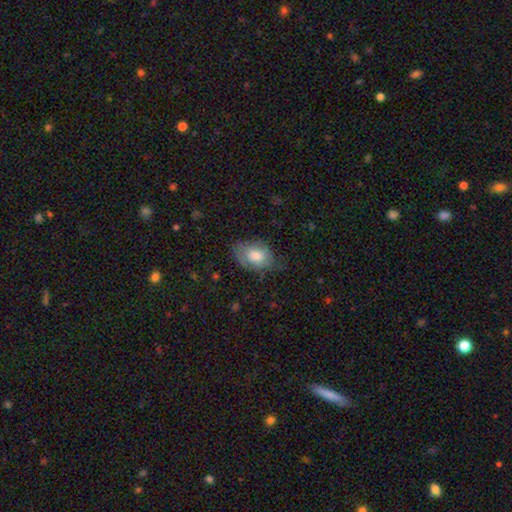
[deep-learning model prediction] Morphology: type=smooth (73%); roundness=in between (88%); merging=none (58%).